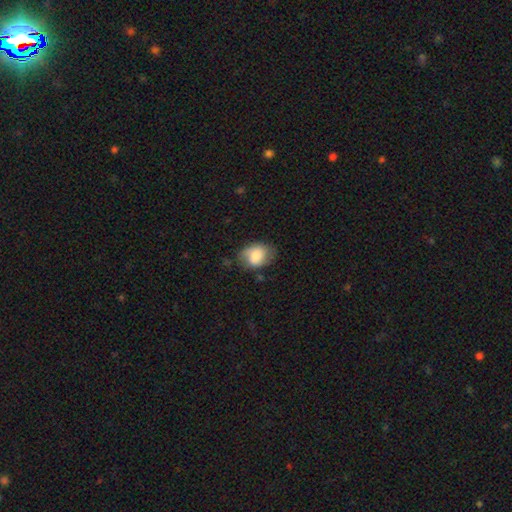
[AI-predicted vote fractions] smooth 75%, featured or disk 18%, star or artifact 7%. Down the decision tree: how rounded — in between (71%); merging — none (61%).